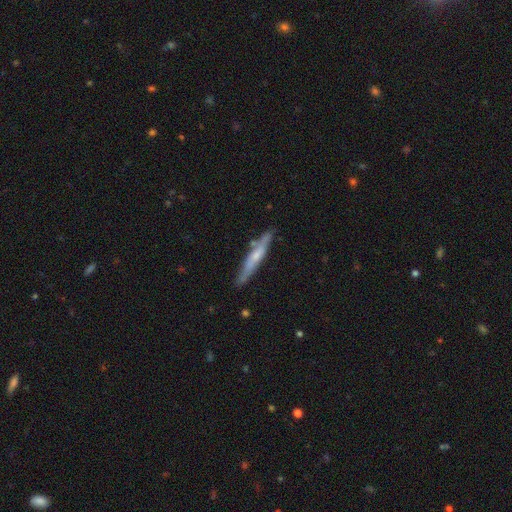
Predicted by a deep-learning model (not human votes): This is possibly a featured or disk galaxy (53%). It is clearly viewed edge-on (86%). Merging: likely none (79%).